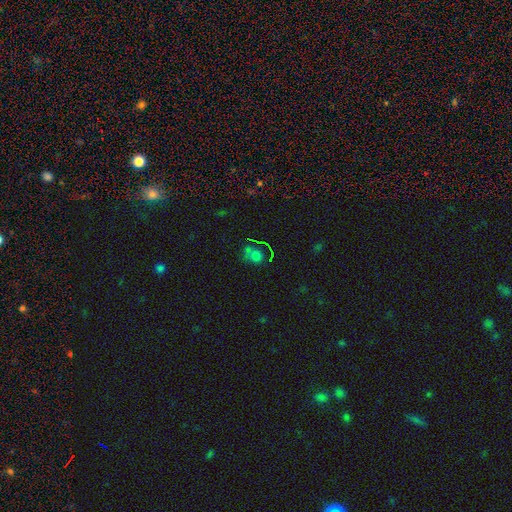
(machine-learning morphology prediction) Smooth or featured?
  - smooth: 53% *
  - star or artifact: 35%
  - featured or disk: 12%
How rounded?
  - round: 77% *
  - in between: 22%
  - cigar-shaped: 2%
Merging?
  - none: 61% *
  - minor disturbance: 19%
  - major disturbance: 12%
  - merger: 8%